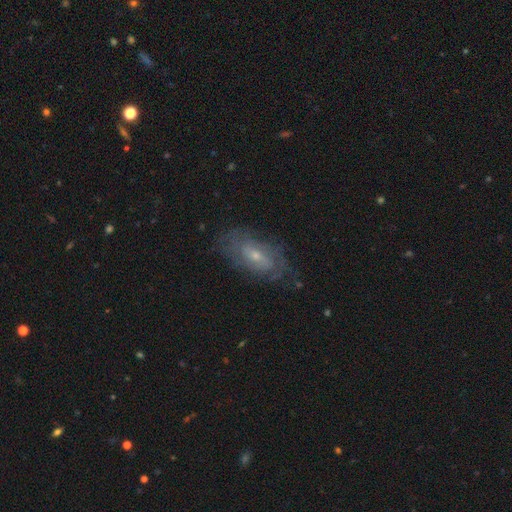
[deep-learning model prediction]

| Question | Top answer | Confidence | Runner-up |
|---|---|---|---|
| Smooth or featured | featured or disk | 71% | smooth (20%) |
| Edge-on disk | no | 91% | yes (9%) |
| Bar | no | 51% | weak (41%) |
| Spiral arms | yes | 85% | no (15%) |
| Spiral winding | tight | 56% | medium (33%) |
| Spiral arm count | can't tell | 49% | 2 (31%) |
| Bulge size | small | 57% | moderate (37%) |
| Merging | none | 74% | minor disturbance (18%) |